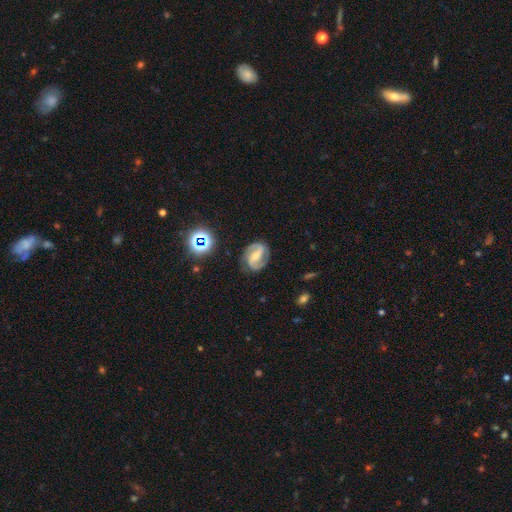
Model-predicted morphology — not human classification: This appears to be a featured or disk galaxy (85%) with a strong bar (48%), 2 (92%) medium (52%) spiral arms (96%) and a small central bulge (47%). Merging: none (82%).